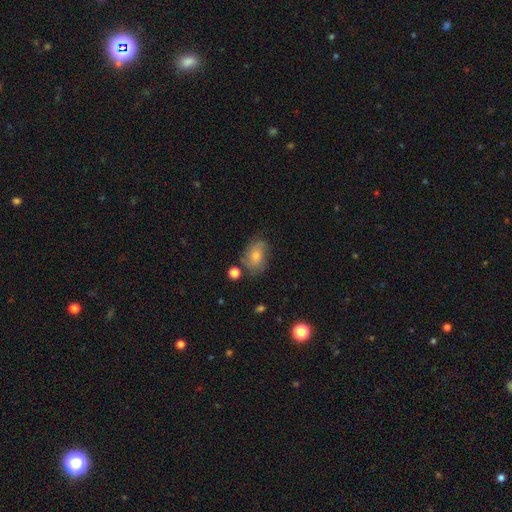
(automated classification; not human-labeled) A featured or disk galaxy (43%).

Vote fractions:
- Smooth or featured? featured or disk: 43% / smooth: 42% / star or artifact: 14%
- Merging? none: 70% / minor disturbance: 20% / major disturbance: 6% / merger: 4%